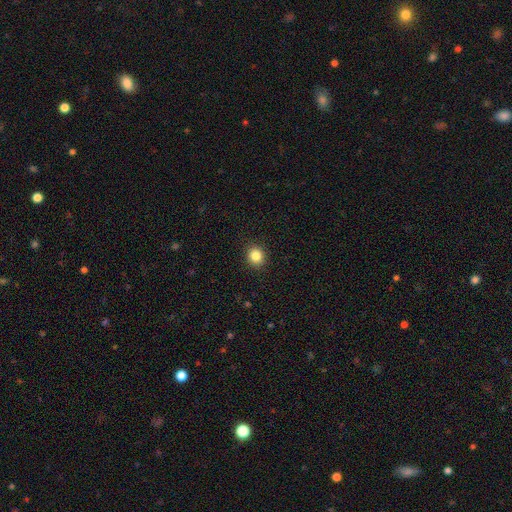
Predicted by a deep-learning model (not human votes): Smooth or featured? Predicted: smooth (p=0.84). How rounded? Predicted: round (p=0.84). Merging? Predicted: none (p=0.92).